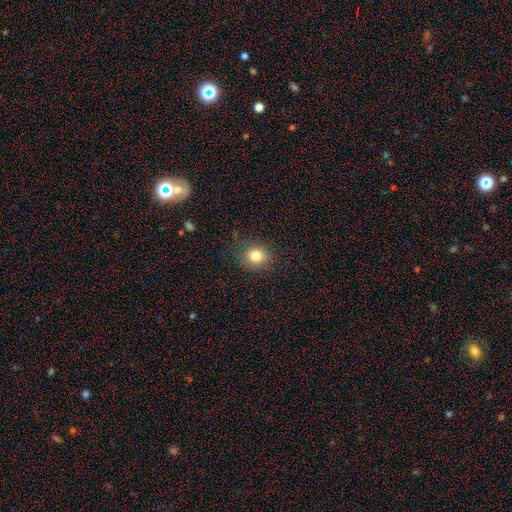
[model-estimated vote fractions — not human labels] The model was most divided on "how rounded": round: 73%, in between: 26%, cigar-shaped: 1%. More confident: merging — none (84%); smooth or featured — smooth (80%).